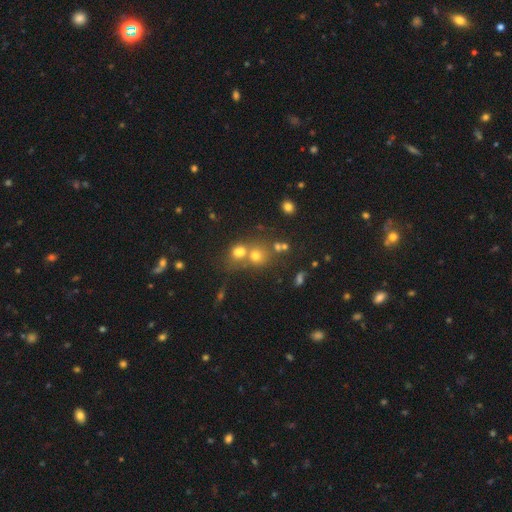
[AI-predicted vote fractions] Morphology: type=smooth (68%); roundness=round (76%); merging=merger (46%).